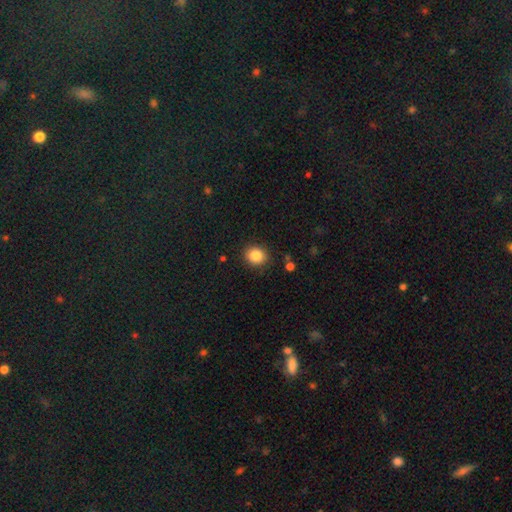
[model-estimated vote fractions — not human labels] A smooth galaxy with no disk features (85%) that is round (79%). Merging: none (89%).